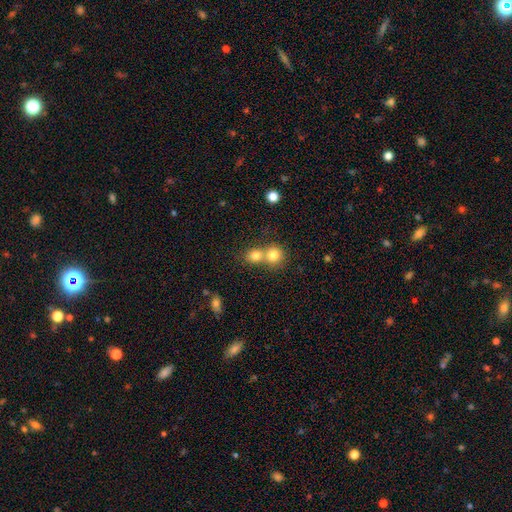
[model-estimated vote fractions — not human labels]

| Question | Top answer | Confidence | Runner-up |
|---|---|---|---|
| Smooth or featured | smooth | 79% | star or artifact (11%) |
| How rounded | round | 73% | in between (26%) |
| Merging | merger | 56% | none (36%) |